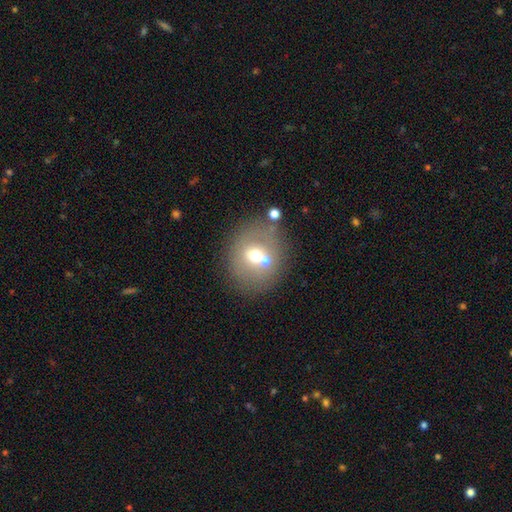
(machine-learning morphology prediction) Q: Smooth or featured?
A: smooth (56%); runner-up: featured or disk (29%)
Q: How rounded?
A: round (77%); runner-up: in between (22%)
Q: Merging?
A: none (66%); runner-up: merger (19%)